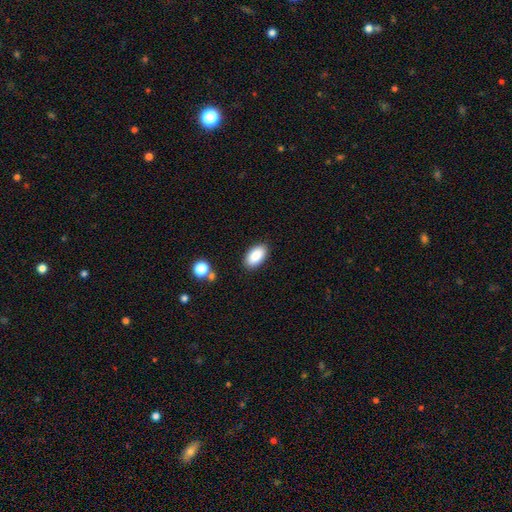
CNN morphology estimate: smooth 88%, star or artifact 7%, featured or disk 5%. Down the decision tree: how rounded — in between (94%); merging — none (87%).